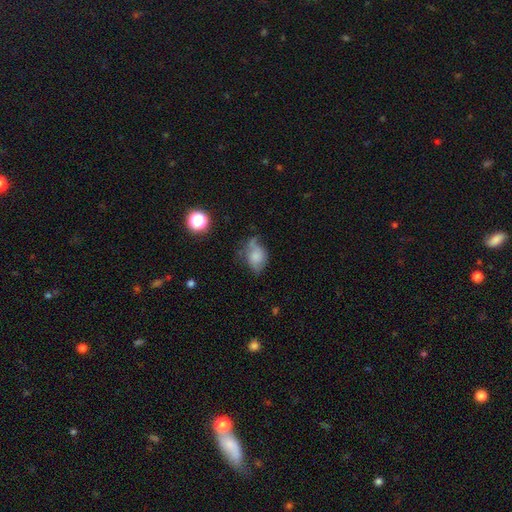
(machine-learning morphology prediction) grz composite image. It shows a smooth galaxy with no disk features (69%) that is in between round and cigar-shaped (75%). Merging: minor disturbance (37%, tied with none).